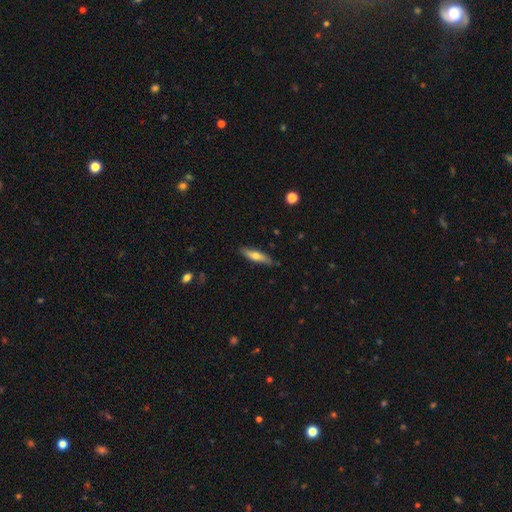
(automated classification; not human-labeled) Overall: smooth (57%; featured or disk 37%). How rounded: cigar-shaped (72%). Merging: none (84%).